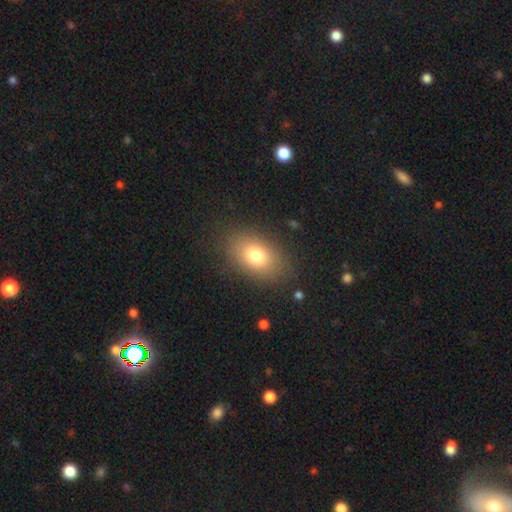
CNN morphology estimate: Smooth or featured?
  - smooth: 77% *
  - featured or disk: 12%
  - star or artifact: 11%
How rounded?
  - in between: 80% *
  - round: 19%
  - cigar-shaped: 1%
Merging?
  - none: 84% *
  - minor disturbance: 11%
  - major disturbance: 5%
  - merger: 1%